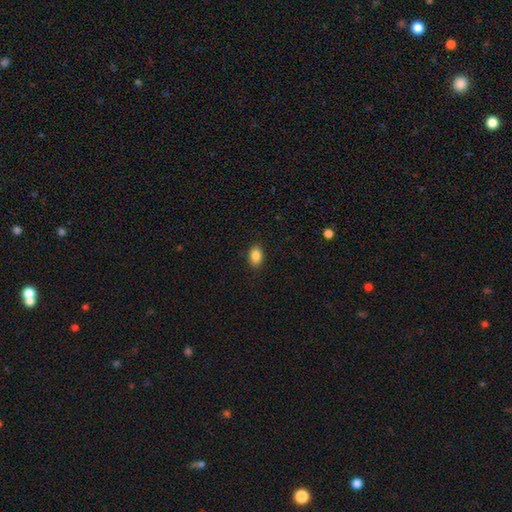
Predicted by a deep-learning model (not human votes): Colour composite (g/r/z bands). It shows a smooth galaxy with no disk features (87%) that is in between round and cigar-shaped (85%). Merging: none (89%).